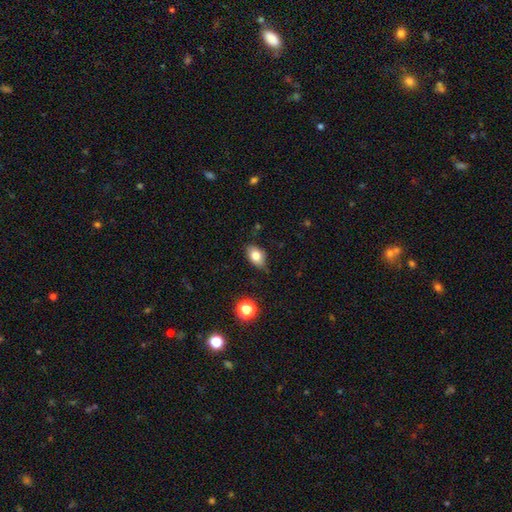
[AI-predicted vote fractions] This is likely a smooth galaxy (79%). How rounded: clearly in between (84%). Merging: likely none (76%).